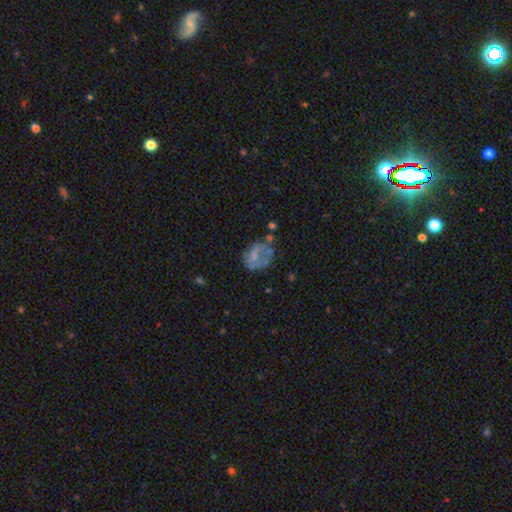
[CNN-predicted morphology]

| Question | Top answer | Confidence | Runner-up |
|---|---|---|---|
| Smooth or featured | smooth | 46% | featured or disk (42%) |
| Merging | none | 40% | major disturbance (26%) |